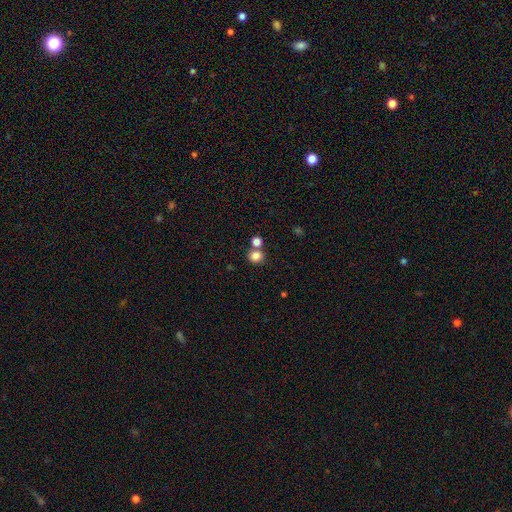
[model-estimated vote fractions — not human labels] This is clearly a smooth galaxy (83%). How rounded: clearly round (81%). Merging: possibly none (60%).